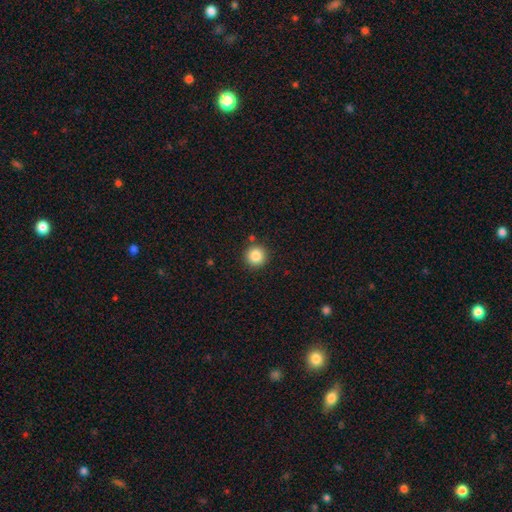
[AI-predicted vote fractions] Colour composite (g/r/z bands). It shows a smooth galaxy with no disk features (86%) that is round (95%). Merging: none (89%).